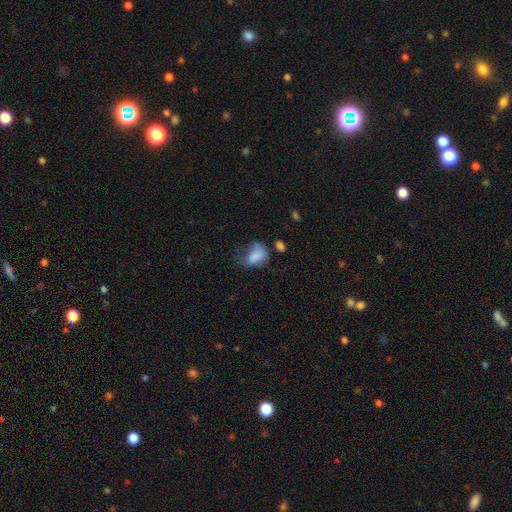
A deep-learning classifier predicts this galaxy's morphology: This is likely a smooth galaxy (75%). How rounded: likely in between (79%). Merging: marginally major disturbance (44%).